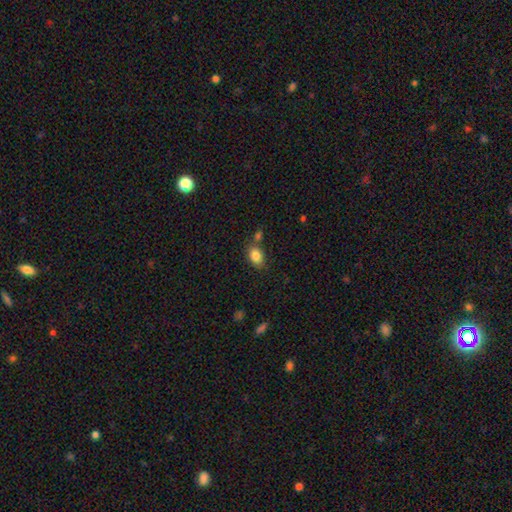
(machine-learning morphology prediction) This is clearly a smooth galaxy (84%). How rounded: clearly in between (83%). Merging: likely none (68%).